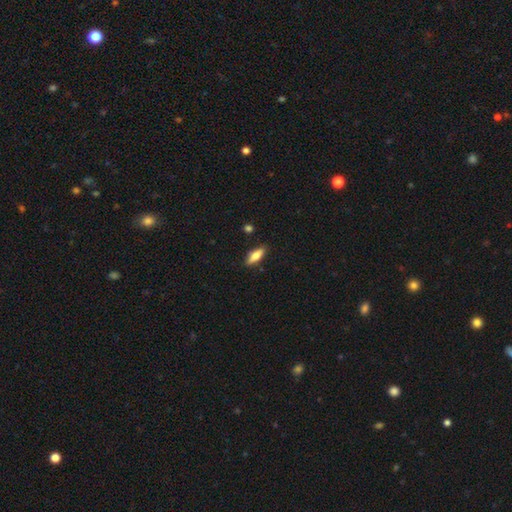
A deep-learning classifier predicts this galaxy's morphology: A smooth galaxy with no disk features (70%) that is in between round and cigar-shaped (66%). Merging: none (86%).